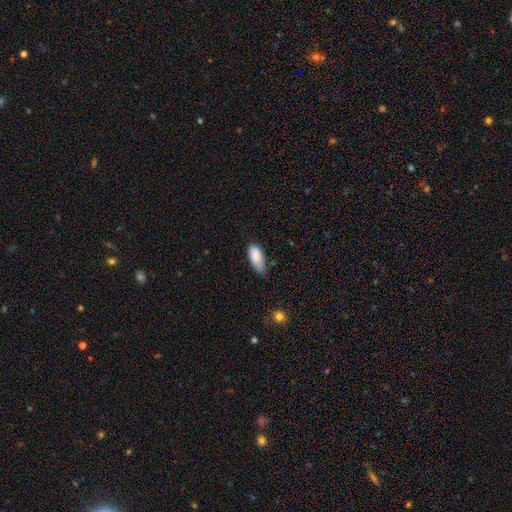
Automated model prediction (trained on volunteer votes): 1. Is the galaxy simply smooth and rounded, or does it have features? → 85% smooth, 8% featured or disk, 7% star or artifact.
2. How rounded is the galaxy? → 87% in between, 11% cigar-shaped, 2% round.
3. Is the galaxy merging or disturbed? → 49% none, 41% minor disturbance, 8% major disturbance, 2% merger.